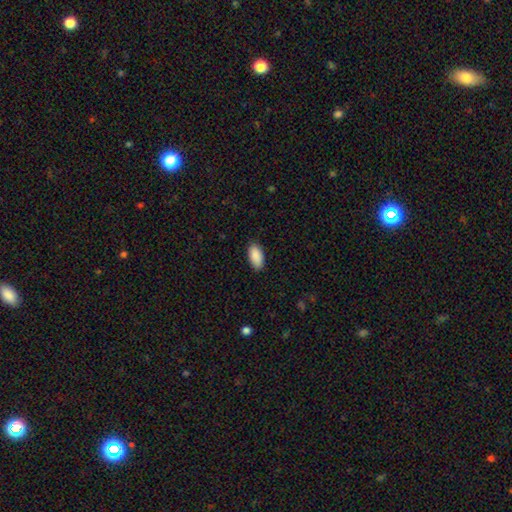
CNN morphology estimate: A smooth galaxy with no disk features (91%) that is in between round and cigar-shaped (94%).

Vote fractions:
- Smooth or featured? smooth: 91% / star or artifact: 6% / featured or disk: 3%
- How rounded? in between: 94% / cigar-shaped: 4% / round: 2%
- Merging? none: 87% / minor disturbance: 10% / major disturbance: 2% / merger: 1%